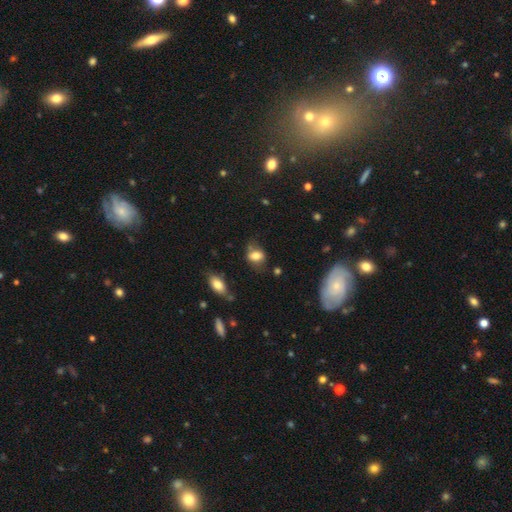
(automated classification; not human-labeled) The model was most divided on "merging": none: 55%, minor disturbance: 27%, major disturbance: 12%, merger: 6%. More confident: smooth or featured — smooth (74%); how rounded — in between (71%).